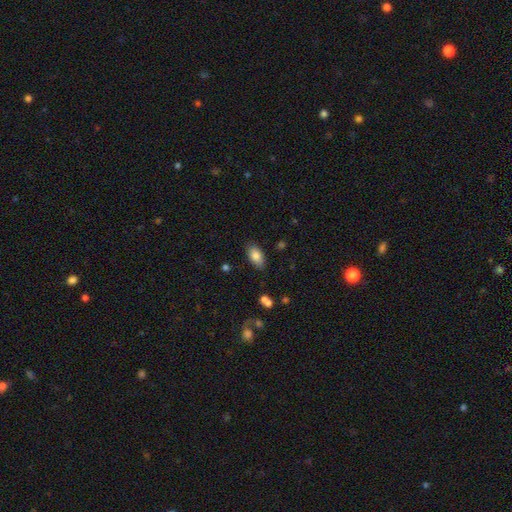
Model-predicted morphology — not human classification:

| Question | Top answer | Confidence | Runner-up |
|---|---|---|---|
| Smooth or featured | smooth | 82% | featured or disk (10%) |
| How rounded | in between | 92% | cigar-shaped (4%) |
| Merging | none | 84% | minor disturbance (12%) |